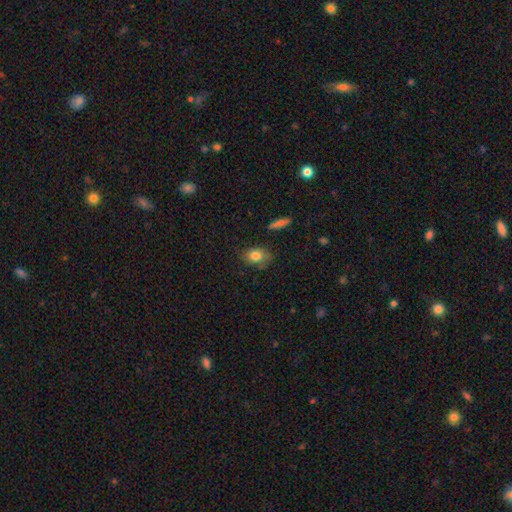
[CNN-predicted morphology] A smooth galaxy with no disk features (80%) that is in between round and cigar-shaped (75%). Merging: none (72%).